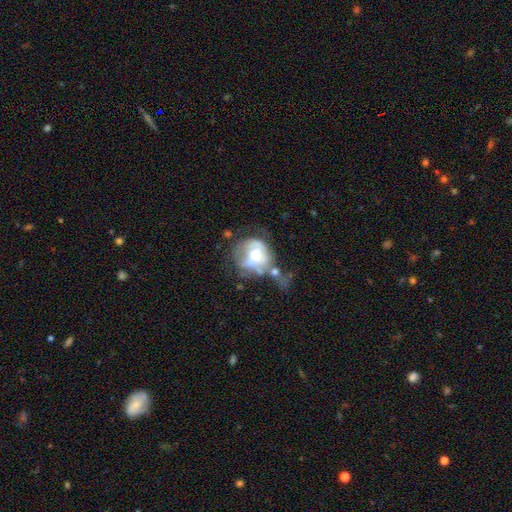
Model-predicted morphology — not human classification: Smooth or featured?
  - featured or disk: 58% *
  - smooth: 33%
  - star or artifact: 9%
Edge-on disk?
  - no: 96% *
  - yes: 4%
Bar?
  - no: 62% *
  - weak: 28%
  - strong: 10%
Spiral arms?
  - no: 61% *
  - yes: 39%
Bulge size?
  - moderate: 65% *
  - small: 22%
  - large: 10%
  - none: 2%
  - dominant: 1%
Merging?
  - major disturbance: 33% *
  - none: 24%
  - merger: 23%
  - minor disturbance: 20%